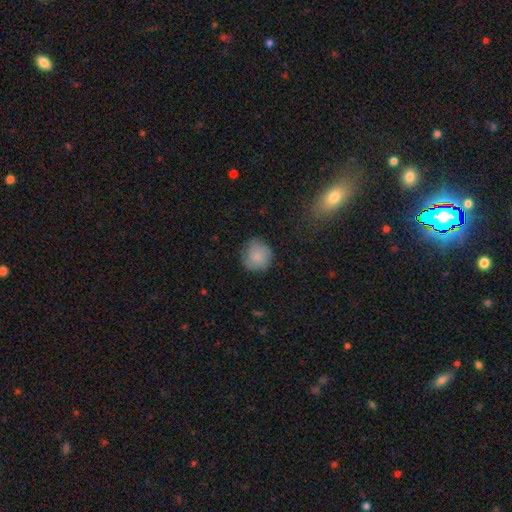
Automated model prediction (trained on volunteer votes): Smooth or featured? smooth (82%)
How rounded? round (90%)
Merging? none (74%)